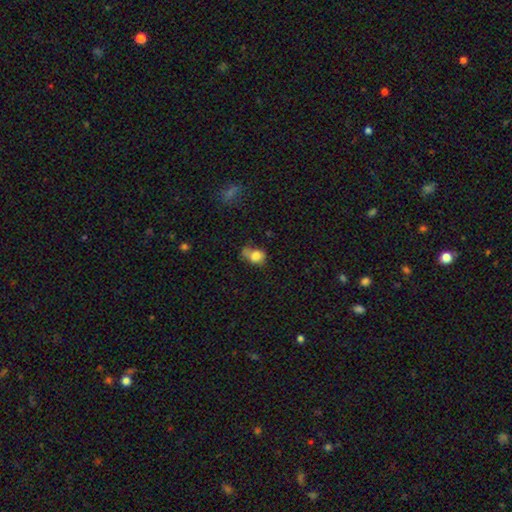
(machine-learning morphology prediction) This appears to be a smooth galaxy with no disk features (76%) that is in between round and cigar-shaped (65%). Merging: minor disturbance (34%).